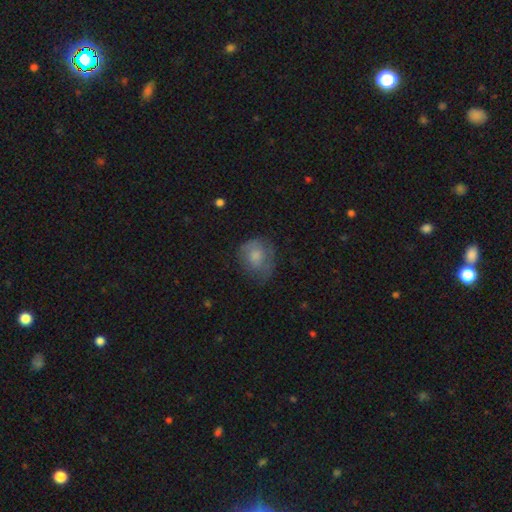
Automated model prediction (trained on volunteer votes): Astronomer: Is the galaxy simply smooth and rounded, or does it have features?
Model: smooth — 67%.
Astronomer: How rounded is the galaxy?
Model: round — 70%.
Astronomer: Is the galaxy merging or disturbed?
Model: none — 56%.